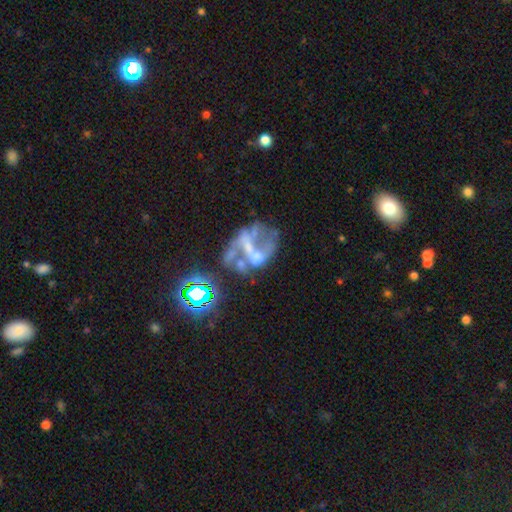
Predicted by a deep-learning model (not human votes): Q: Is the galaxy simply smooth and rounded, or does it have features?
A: featured or disk — 66%.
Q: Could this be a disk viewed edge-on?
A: no — 98%.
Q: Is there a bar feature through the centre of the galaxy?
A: no — 61%.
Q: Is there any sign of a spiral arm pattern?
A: no — 66%.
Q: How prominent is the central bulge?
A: none — 48%.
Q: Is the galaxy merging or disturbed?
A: major disturbance — 31%.